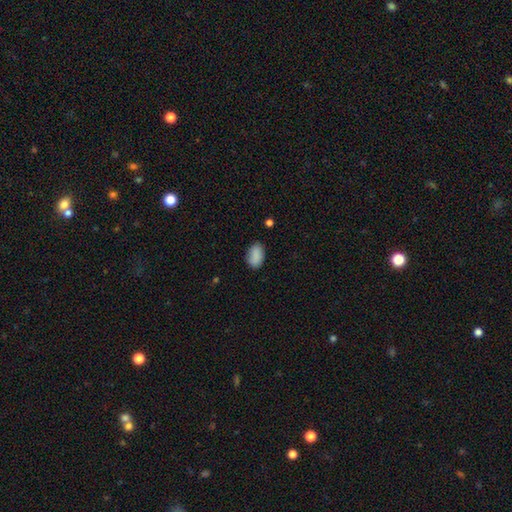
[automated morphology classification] smooth-or-featured: smooth: 88% | star or artifact: 8% | featured or disk: 5%
  how-rounded: in between: 90% | round: 8% | cigar-shaped: 1%
  merging: none: 77% | minor disturbance: 17% | major disturbance: 3% | merger: 2%